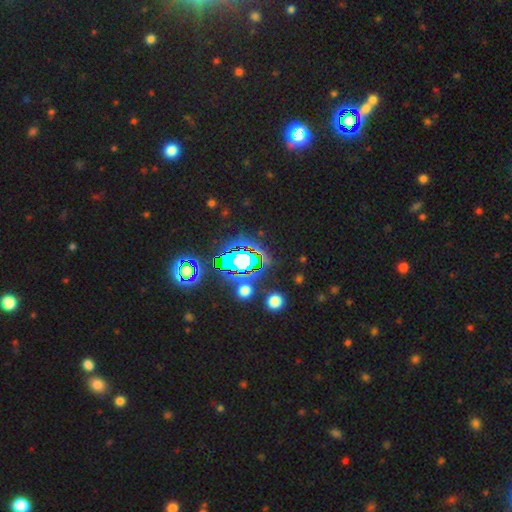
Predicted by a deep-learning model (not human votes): Overall: star or artifact (64%).